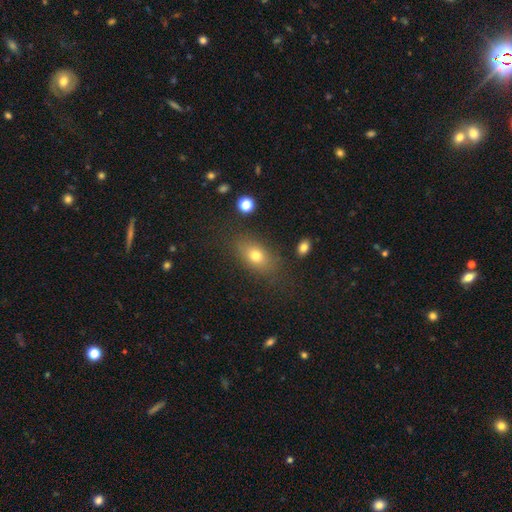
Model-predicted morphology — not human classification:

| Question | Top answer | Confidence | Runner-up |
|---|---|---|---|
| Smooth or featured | smooth | 73% | featured or disk (15%) |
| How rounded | in between | 78% | round (16%) |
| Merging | none | 76% | minor disturbance (15%) |